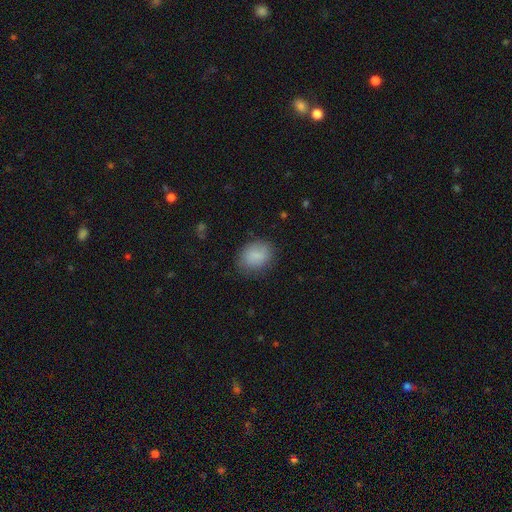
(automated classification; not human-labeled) This is clearly a smooth galaxy (84%). How rounded: likely in between (61%). Merging: likely none (77%).